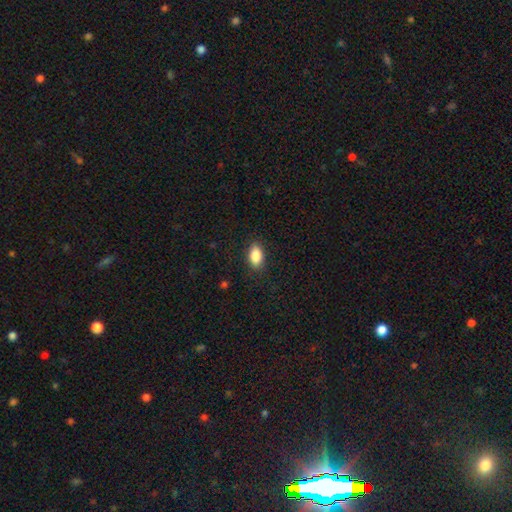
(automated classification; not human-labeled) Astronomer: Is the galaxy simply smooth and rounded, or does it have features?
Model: smooth — 87%.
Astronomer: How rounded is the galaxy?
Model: in between — 90%.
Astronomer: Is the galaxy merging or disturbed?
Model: none — 86%.